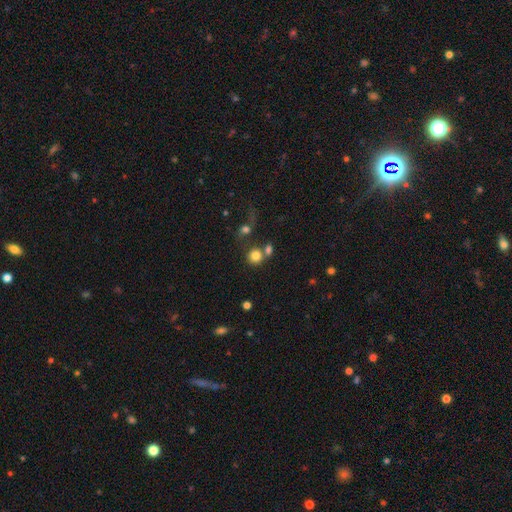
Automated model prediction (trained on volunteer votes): The model was most divided on "merging": none: 55%, merger: 29%, minor disturbance: 9%, major disturbance: 6%. More confident: how rounded — round (88%); smooth or featured — smooth (80%).